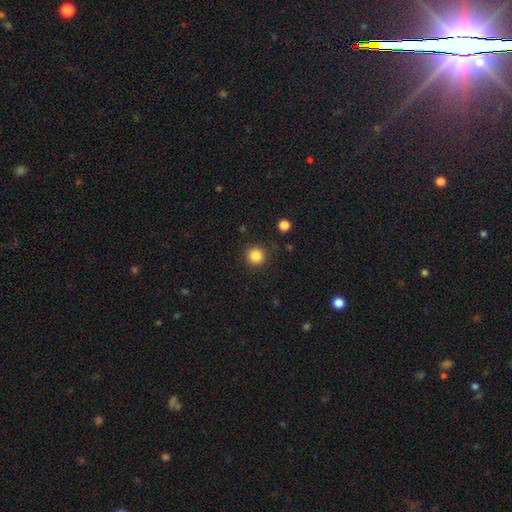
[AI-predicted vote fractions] A smooth galaxy with no disk features (86%) that is round (94%).

Vote fractions:
- Smooth or featured? smooth: 86% / star or artifact: 10% / featured or disk: 4%
- How rounded? round: 94% / in between: 5% / cigar-shaped: 1%
- Merging? none: 90% / minor disturbance: 6% / major disturbance: 2% / merger: 1%